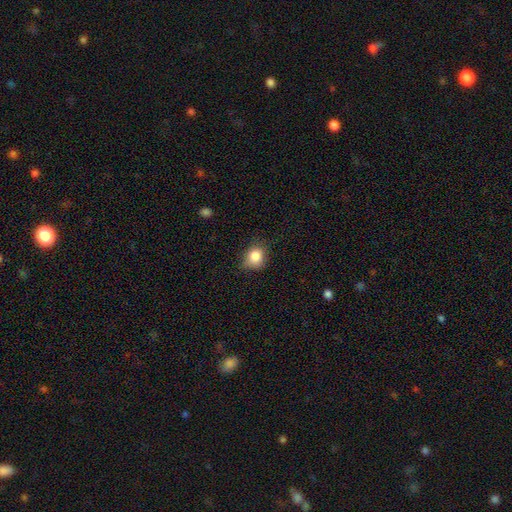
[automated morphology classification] The model was most divided on "how rounded": round: 64%, in between: 35%, cigar-shaped: 1%. More confident: smooth or featured — smooth (83%); merging — none (66%).